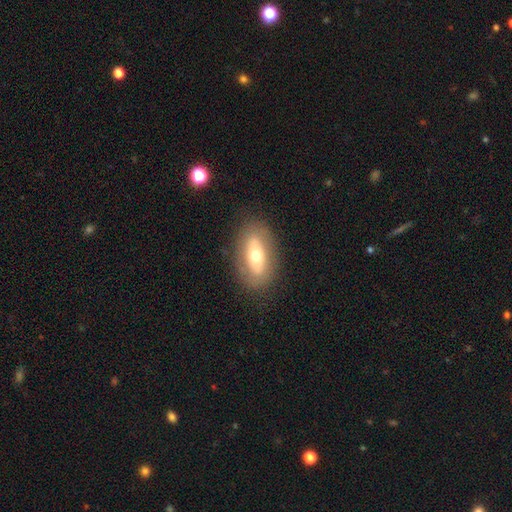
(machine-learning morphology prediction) smooth_or_featured: smooth (p=0.50) [alt: featured or disk p=0.43]
merging: none (p=0.83) [alt: minor disturbance p=0.11]